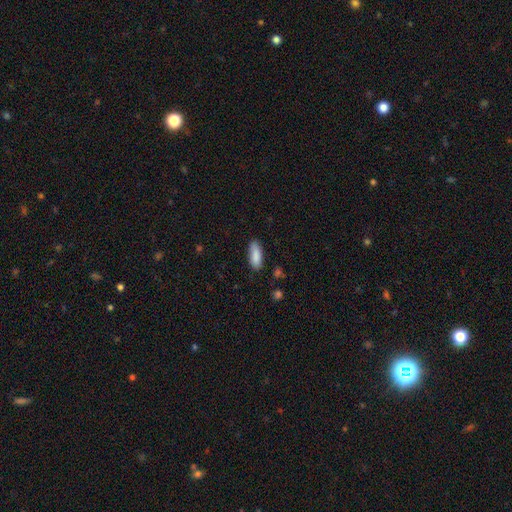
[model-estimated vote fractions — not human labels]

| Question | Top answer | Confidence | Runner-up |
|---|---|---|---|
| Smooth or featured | smooth | 89% | star or artifact (6%) |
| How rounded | in between | 73% | cigar-shaped (25%) |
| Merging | none | 82% | minor disturbance (14%) |